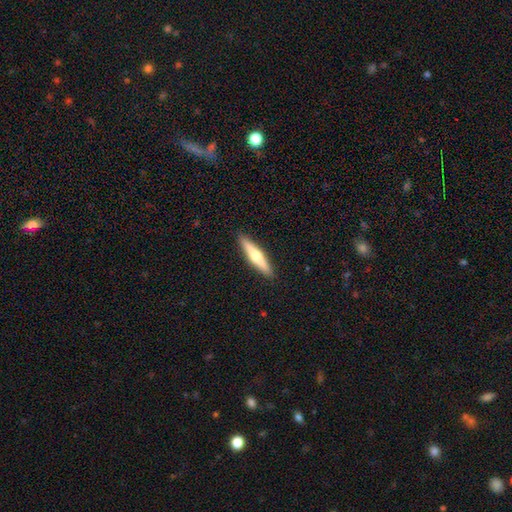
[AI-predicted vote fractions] smooth-or-featured: featured or disk: 54% | smooth: 40% | star or artifact: 5%
  disk-edge-on: yes: 96% | no: 4%
    edge-on-bulge: rounded: 90% | none: 6% | boxy: 4%
  merging: none: 91% | minor disturbance: 6% | major disturbance: 1% | merger: 1%